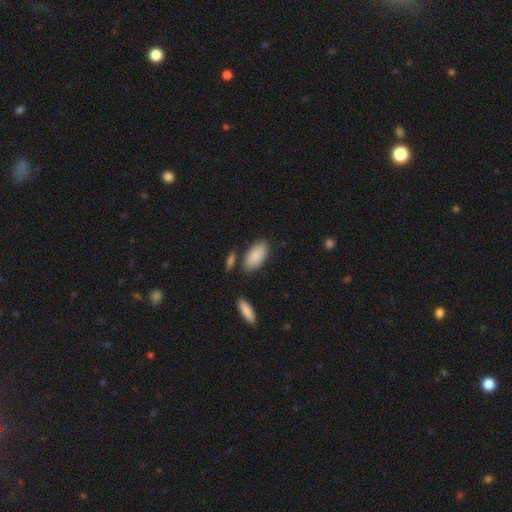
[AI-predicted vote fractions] Overall: smooth (88%). How rounded: in between (92%). Merging: none (76%).